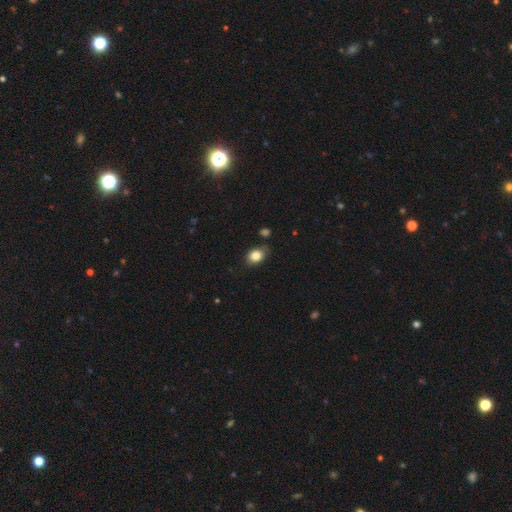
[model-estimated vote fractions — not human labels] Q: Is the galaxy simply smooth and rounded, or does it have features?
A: smooth — 83%.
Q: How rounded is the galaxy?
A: in between — 66%.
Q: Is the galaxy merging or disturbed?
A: none — 75%.